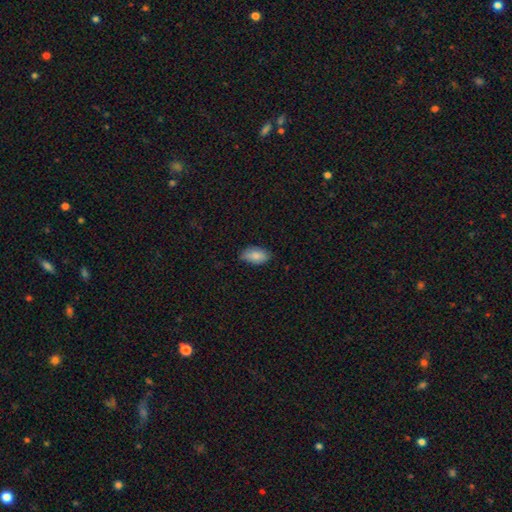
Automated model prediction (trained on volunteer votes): Smooth or featured? Predicted: smooth (p=0.84). How rounded? Predicted: in between (p=0.93). Merging? Predicted: none (p=0.74).